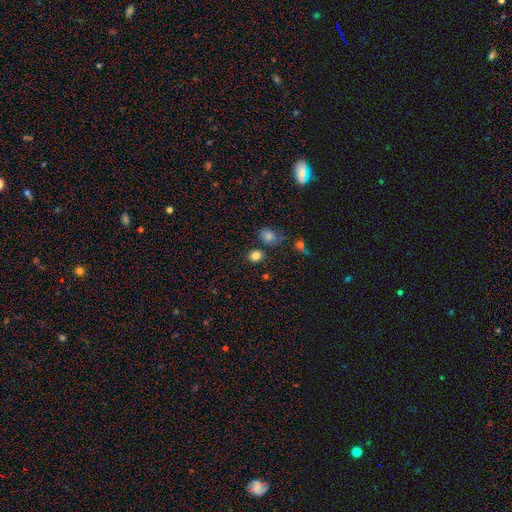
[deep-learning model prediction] The model was most divided on "how rounded": round: 64%, in between: 35%, cigar-shaped: 1%. More confident: smooth or featured — smooth (83%); merging — none (78%).